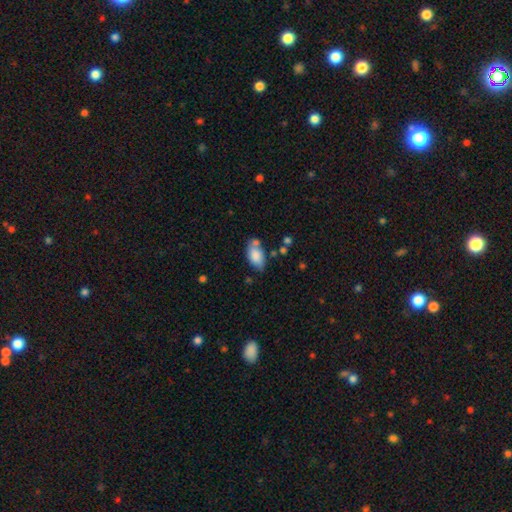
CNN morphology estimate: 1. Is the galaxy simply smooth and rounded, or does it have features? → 82% smooth, 11% featured or disk, 7% star or artifact.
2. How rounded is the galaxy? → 92% in between, 5% round, 3% cigar-shaped.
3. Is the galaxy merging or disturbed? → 58% none, 22% minor disturbance, 14% merger, 6% major disturbance.